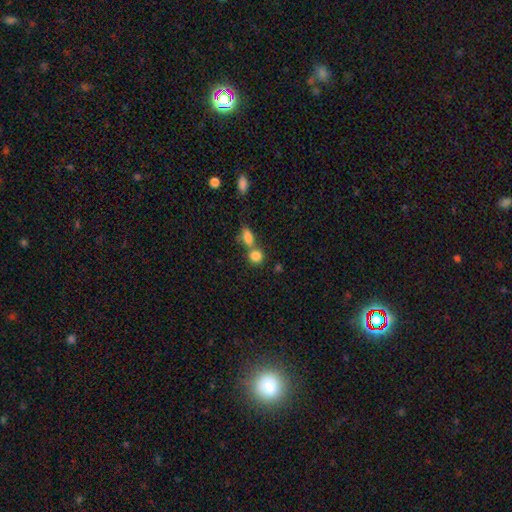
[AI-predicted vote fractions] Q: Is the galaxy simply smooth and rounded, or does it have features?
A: smooth — 83%.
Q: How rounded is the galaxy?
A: round — 68%.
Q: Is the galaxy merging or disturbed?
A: merger — 45%.